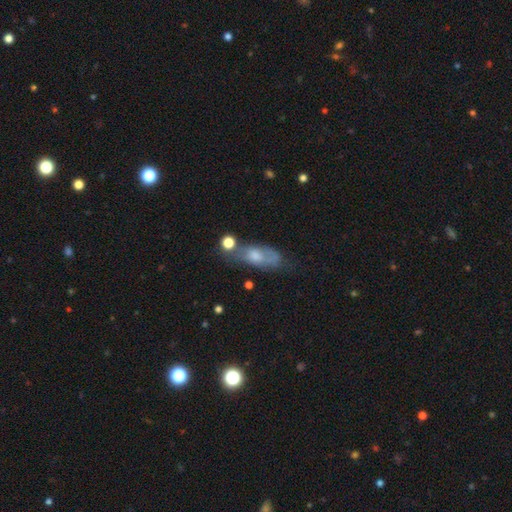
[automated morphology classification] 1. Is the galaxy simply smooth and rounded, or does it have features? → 47% smooth, 39% featured or disk, 14% star or artifact.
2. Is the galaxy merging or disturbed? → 48% none, 26% minor disturbance, 15% major disturbance, 12% merger.